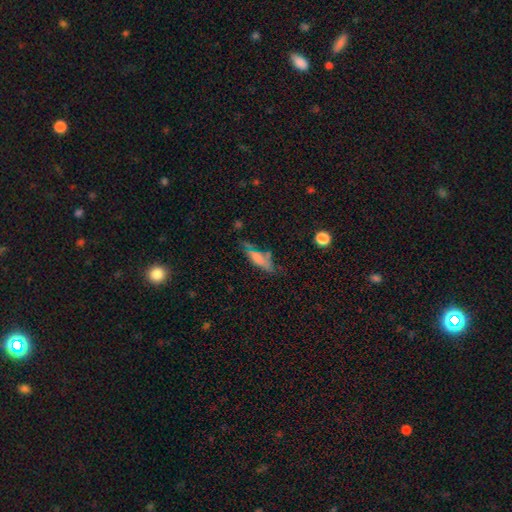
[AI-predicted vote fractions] smooth 62%, featured or disk 26%, star or artifact 12%. Down the decision tree: how rounded — cigar-shaped (55%); merging — none (55%).